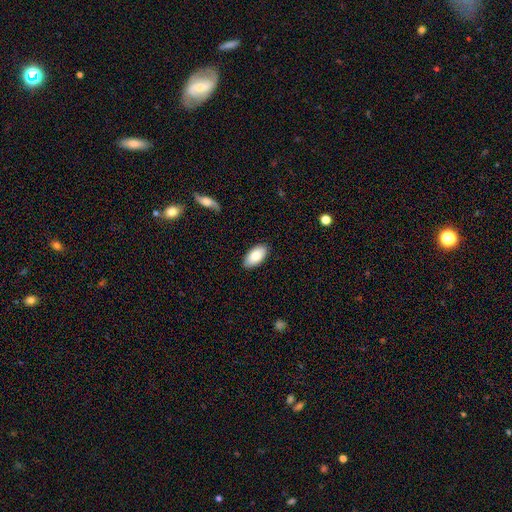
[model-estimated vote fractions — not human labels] Smooth or featured: smooth — 83% (featured or disk — 10%)
How rounded: in between — 95% (cigar-shaped — 2%)
Merging: none — 88% (minor disturbance — 9%)